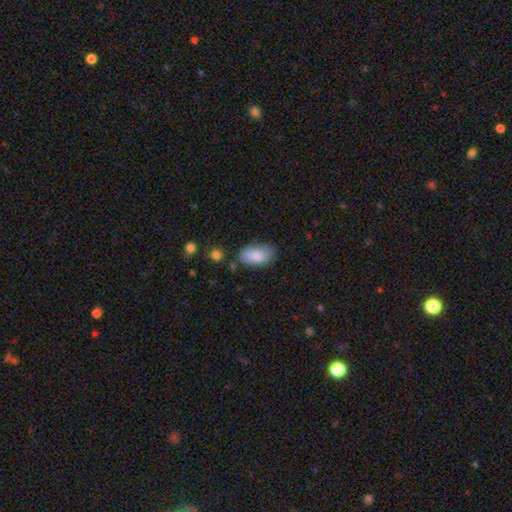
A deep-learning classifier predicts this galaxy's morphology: Smooth or featured: smooth — 84% (featured or disk — 10%)
How rounded: in between — 93% (round — 4%)
Merging: none — 68% (minor disturbance — 23%)